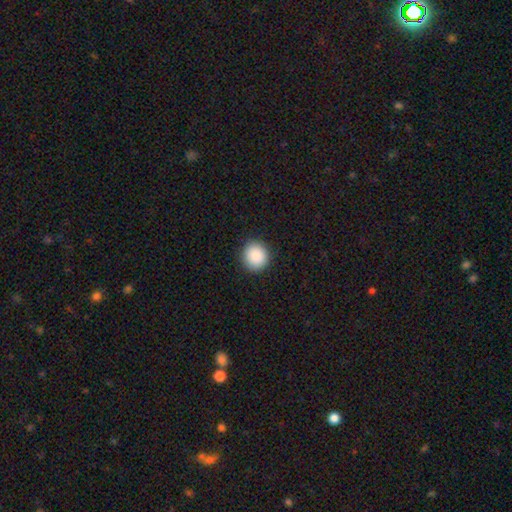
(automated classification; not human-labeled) This is clearly a smooth galaxy (89%). How rounded: clearly round (91%). Merging: clearly none (91%).